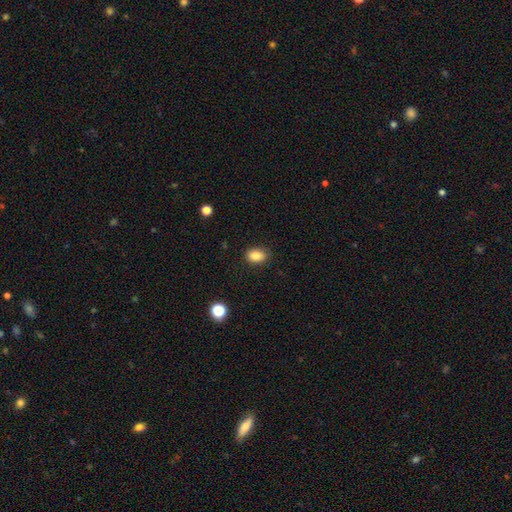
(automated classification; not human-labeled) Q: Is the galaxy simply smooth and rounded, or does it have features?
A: smooth — 86%.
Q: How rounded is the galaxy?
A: in between — 81%.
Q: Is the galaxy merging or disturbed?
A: none — 84%.